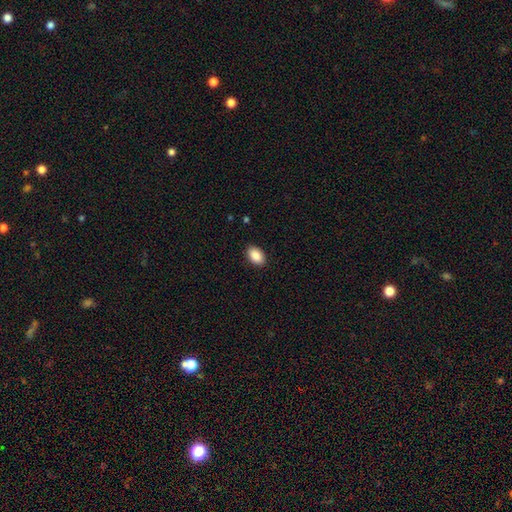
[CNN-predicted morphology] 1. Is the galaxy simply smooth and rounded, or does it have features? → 90% smooth, 7% star or artifact, 3% featured or disk.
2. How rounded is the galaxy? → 87% in between, 12% round, 1% cigar-shaped.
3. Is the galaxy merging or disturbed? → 90% none, 7% minor disturbance, 2% major disturbance, 1% merger.